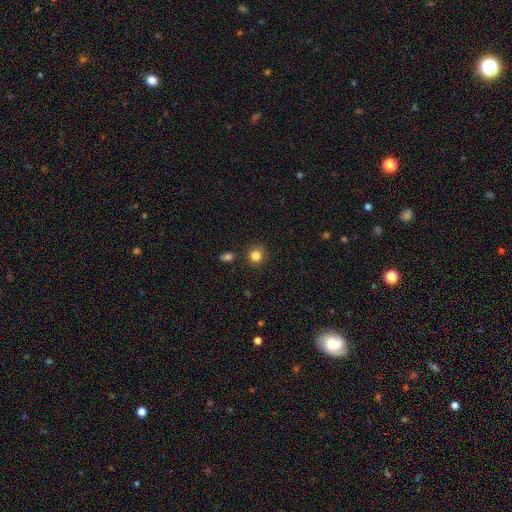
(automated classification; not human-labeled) This appears to be a smooth galaxy with no disk features (84%) that is round (89%). Merging: none (85%).